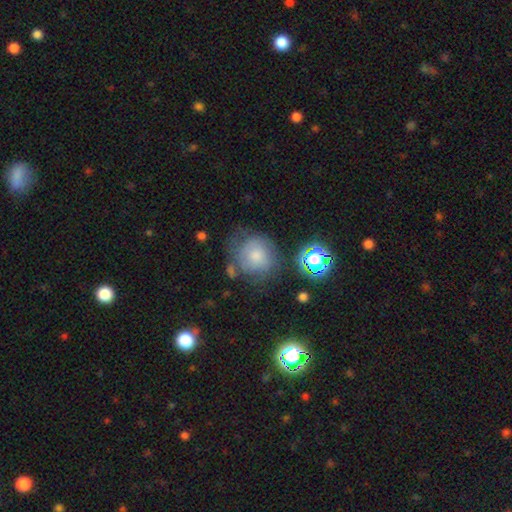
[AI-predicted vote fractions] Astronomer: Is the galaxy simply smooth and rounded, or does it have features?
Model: smooth — 67%.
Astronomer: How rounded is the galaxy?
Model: round — 85%.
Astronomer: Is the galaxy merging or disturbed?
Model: none — 54%.